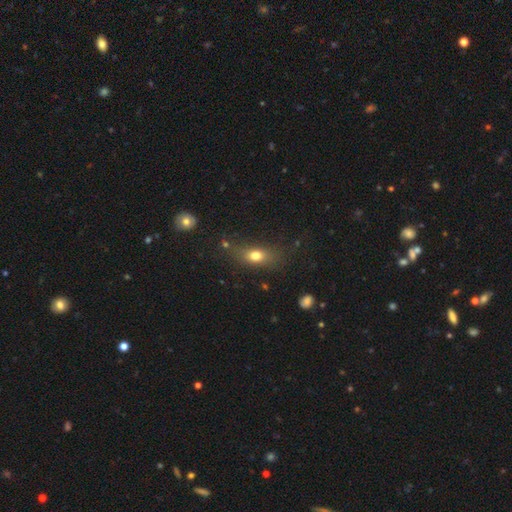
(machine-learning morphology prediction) This appears to be a smooth galaxy with no disk features (72%) that is in between round and cigar-shaped (65%). Merging: none (70%).